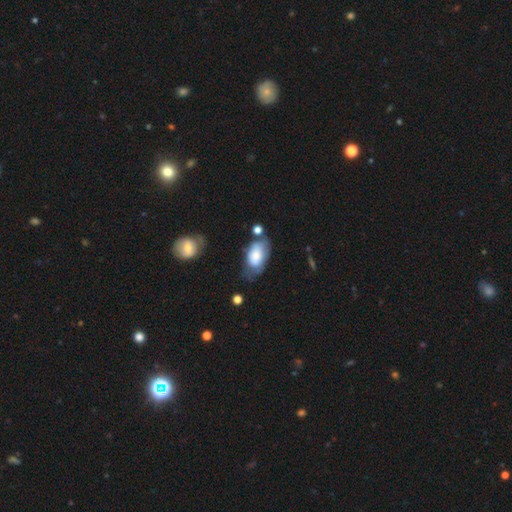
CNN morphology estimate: Smooth or featured: smooth — 70% (featured or disk — 23%)
How rounded: in between — 92% (round — 5%)
Merging: none — 47% (minor disturbance — 29%)